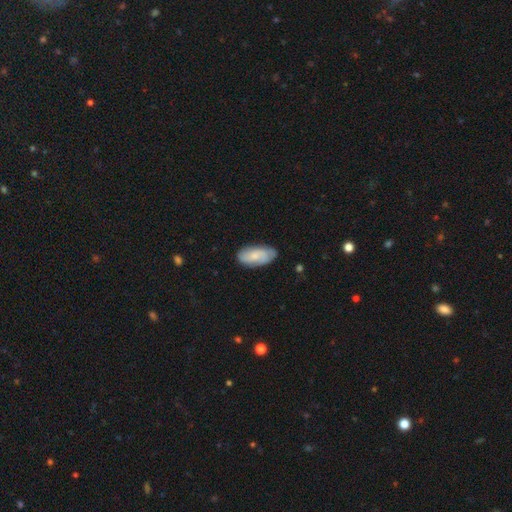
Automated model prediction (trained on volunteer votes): smooth 61%, featured or disk 33%, star or artifact 6%. Down the decision tree: how rounded — in between (91%); merging — none (78%).